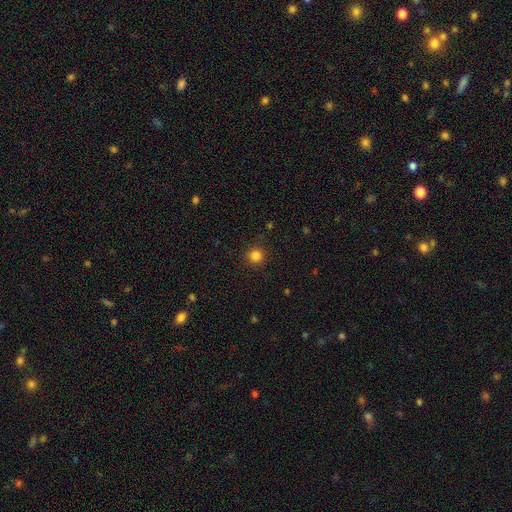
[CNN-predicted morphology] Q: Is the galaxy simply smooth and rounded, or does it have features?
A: smooth — 83%.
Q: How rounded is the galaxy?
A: round — 94%.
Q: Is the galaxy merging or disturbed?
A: none — 90%.